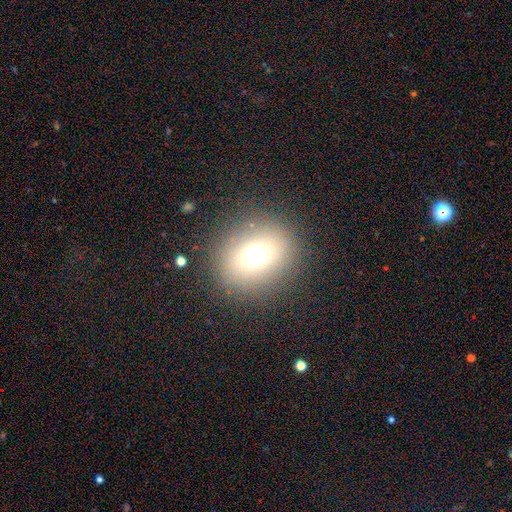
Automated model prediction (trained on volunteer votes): Overall: smooth (65%). How rounded: round (66%; in between 32%). Merging: none (84%).